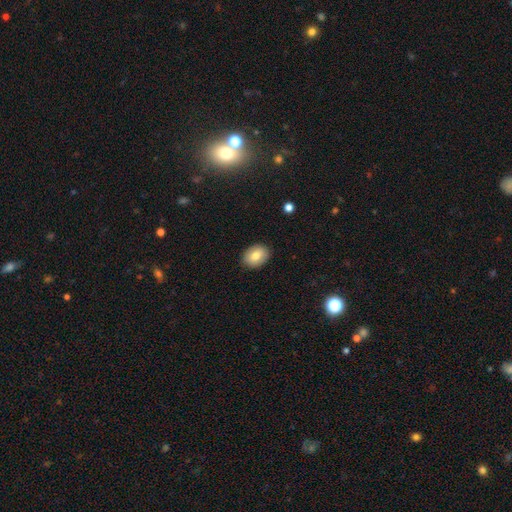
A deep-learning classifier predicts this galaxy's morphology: smooth_or_featured: smooth (p=0.79) [alt: featured or disk p=0.13]
how_rounded: in between (p=0.71) [alt: round p=0.28]
merging: none (p=0.88) [alt: minor disturbance p=0.09]